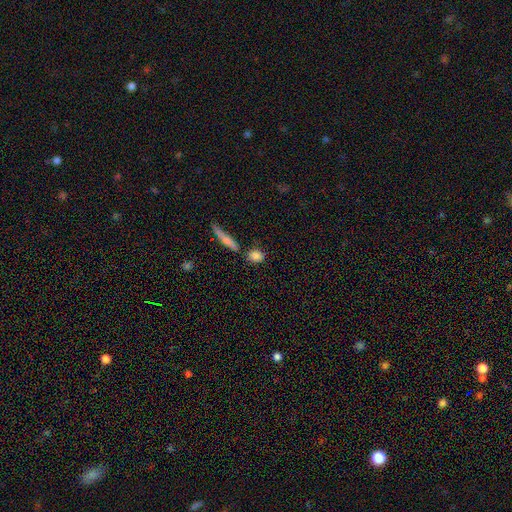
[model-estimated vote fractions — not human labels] Overall: smooth (84%). How rounded: in between (51%; round 40%). Merging: none (72%).